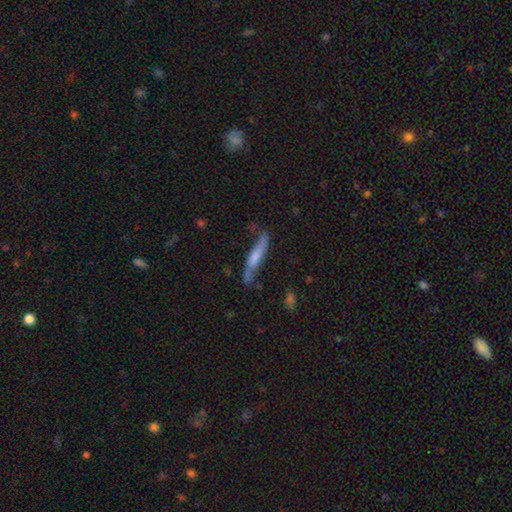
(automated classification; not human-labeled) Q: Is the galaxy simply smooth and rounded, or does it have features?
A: smooth — 52%.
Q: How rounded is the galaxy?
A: cigar-shaped — 89%.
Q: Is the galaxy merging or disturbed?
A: none — 56%.